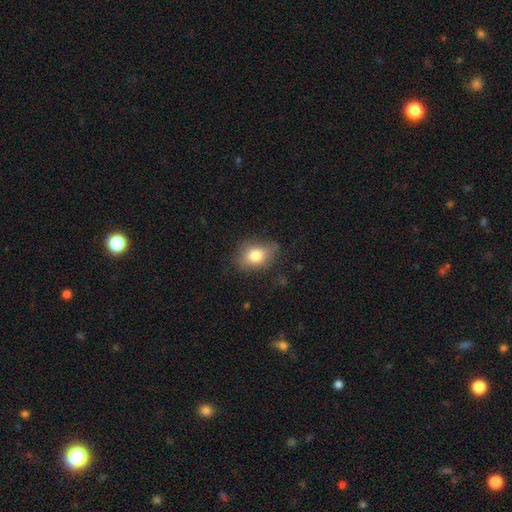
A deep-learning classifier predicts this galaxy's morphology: Overall: smooth (76%). How rounded: in between (72%). Merging: none (69%).